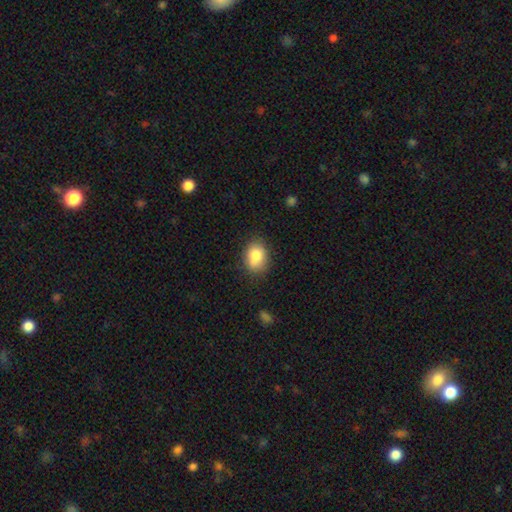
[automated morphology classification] Smooth or featured: smooth — 83% (featured or disk — 9%)
How rounded: in between — 70% (round — 29%)
Merging: none — 76% (minor disturbance — 18%)